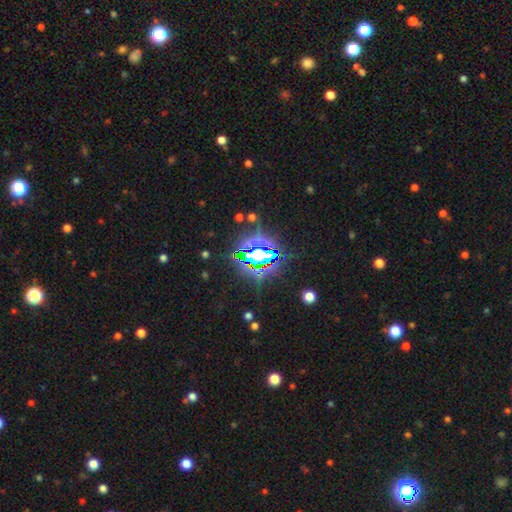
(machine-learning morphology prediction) Overall: star or artifact (84%).